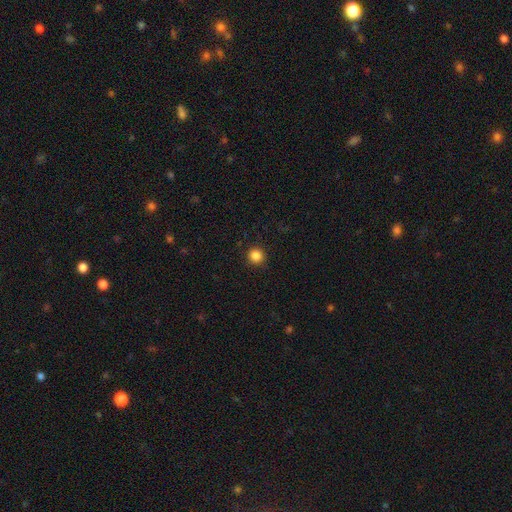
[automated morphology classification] Q: Smooth or featured?
A: smooth (84%); runner-up: star or artifact (12%)
Q: How rounded?
A: round (94%); runner-up: in between (5%)
Q: Merging?
A: none (92%); runner-up: minor disturbance (5%)